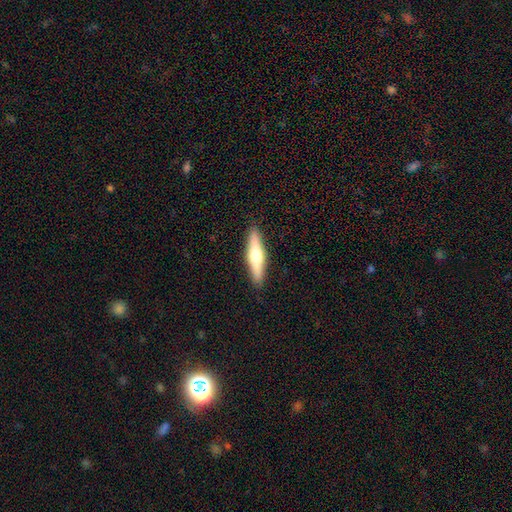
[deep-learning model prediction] A featured or disk galaxy (48%).

Vote fractions:
- Smooth or featured? featured or disk: 48% / smooth: 46% / star or artifact: 6%
- Merging? none: 90% / minor disturbance: 7% / major disturbance: 2% / merger: 1%